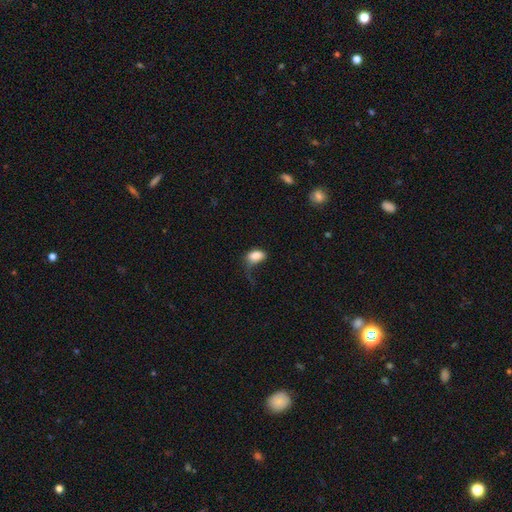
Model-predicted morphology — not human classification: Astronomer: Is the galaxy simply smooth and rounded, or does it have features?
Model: smooth — 83%.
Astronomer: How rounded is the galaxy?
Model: in between — 90%.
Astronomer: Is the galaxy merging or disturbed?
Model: major disturbance — 41% (runner-up: none, 29%).